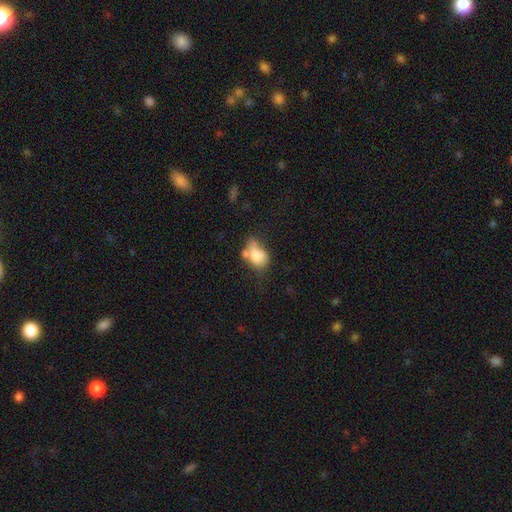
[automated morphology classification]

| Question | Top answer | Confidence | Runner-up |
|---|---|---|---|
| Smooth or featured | smooth | 70% | featured or disk (21%) |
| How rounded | in between | 74% | round (24%) |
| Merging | merger | 33% | none (28%) |